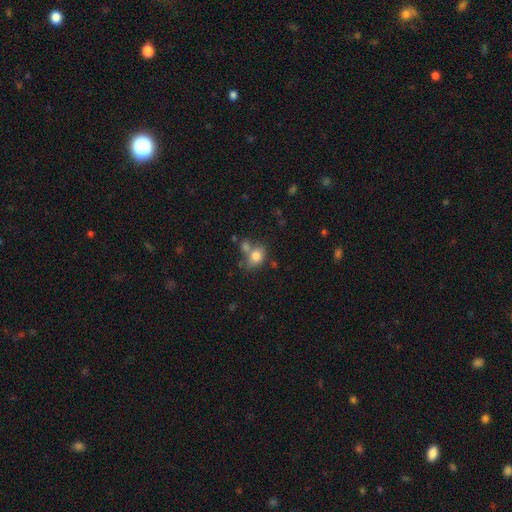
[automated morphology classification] The model was most divided on "merging": none: 44%, merger: 32%, minor disturbance: 16%, major disturbance: 7%. More confident: smooth or featured — smooth (78%); how rounded — in between (61%).